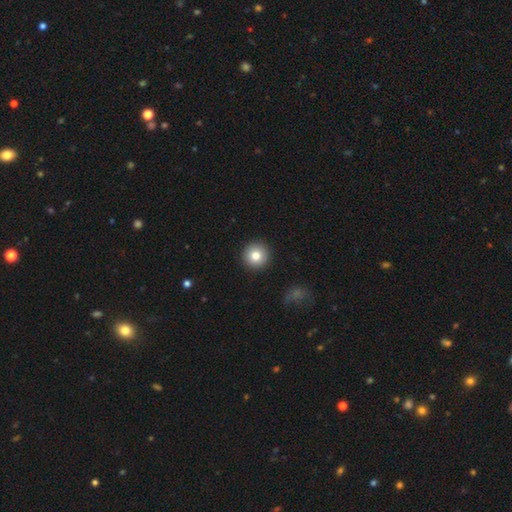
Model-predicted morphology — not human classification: smooth-or-featured: smooth: 81% | star or artifact: 9% | featured or disk: 9%
  how-rounded: round: 96% | in between: 3% | cigar-shaped: 1%
  merging: none: 92% | minor disturbance: 5% | major disturbance: 2% | merger: 1%